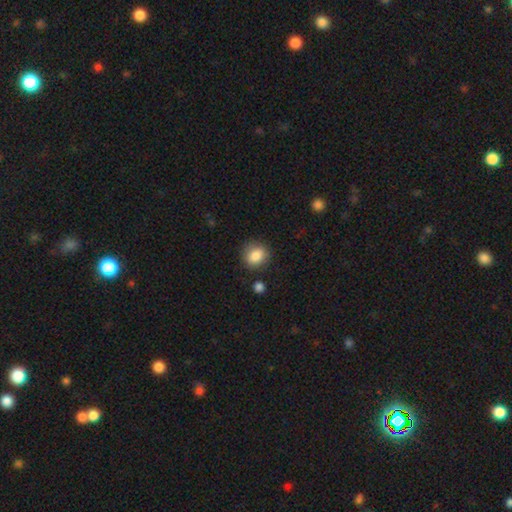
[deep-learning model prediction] smooth_or_featured: smooth (p=0.86) [alt: star or artifact p=0.08]
how_rounded: round (p=0.67) [alt: in between p=0.32]
merging: none (p=0.82) [alt: minor disturbance p=0.12]